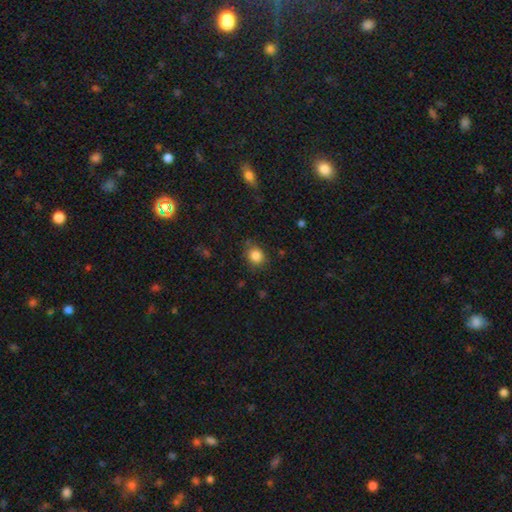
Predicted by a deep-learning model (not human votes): Smooth or featured? Predicted: smooth (p=0.84). How rounded? Predicted: round (p=0.71). Merging? Predicted: none (p=0.80).